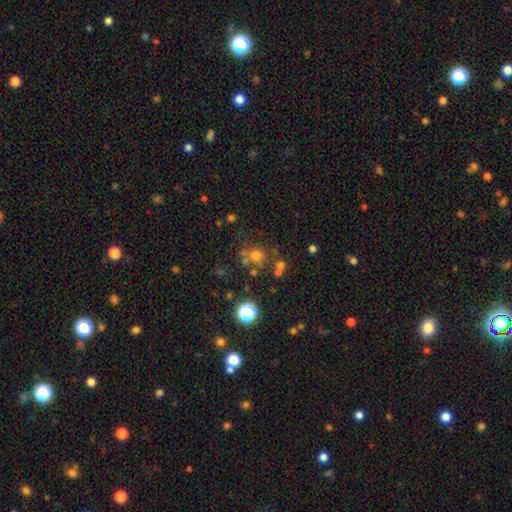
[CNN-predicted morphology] This is likely a smooth galaxy (62%). How rounded: clearly round (86%). Merging: likely none (60%).